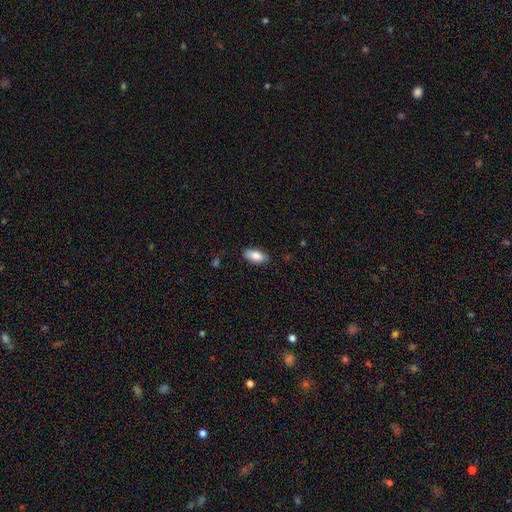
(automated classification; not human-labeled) Overall: smooth (85%). How rounded: in between (90%). Merging: none (85%).